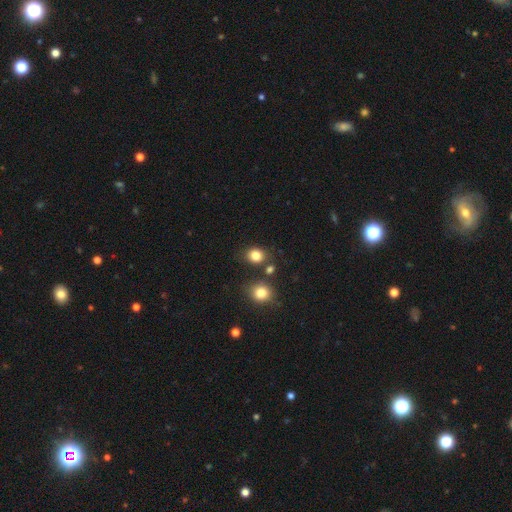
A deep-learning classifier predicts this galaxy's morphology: This is clearly a smooth galaxy (83%). How rounded: likely round (66%). Merging: likely none (76%).